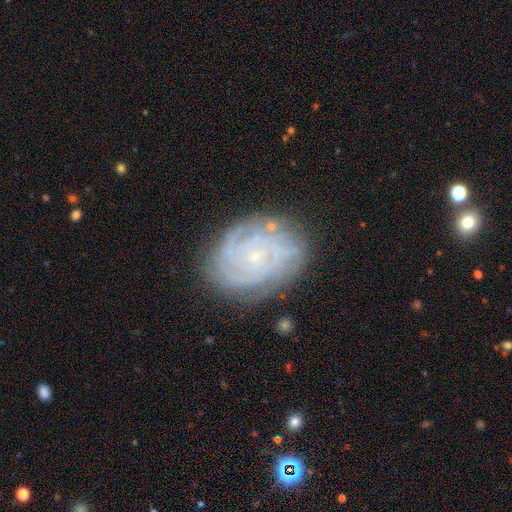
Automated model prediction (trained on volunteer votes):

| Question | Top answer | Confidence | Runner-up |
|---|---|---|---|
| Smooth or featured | featured or disk | 82% | smooth (11%) |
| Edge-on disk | no | 97% | yes (3%) |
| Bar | no | 79% | weak (17%) |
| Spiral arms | yes | 96% | no (4%) |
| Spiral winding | tight | 79% | medium (17%) |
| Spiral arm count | can't tell | 29% | 4 (22%) |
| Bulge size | small | 85% | moderate (9%) |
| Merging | none | 79% | minor disturbance (15%) |